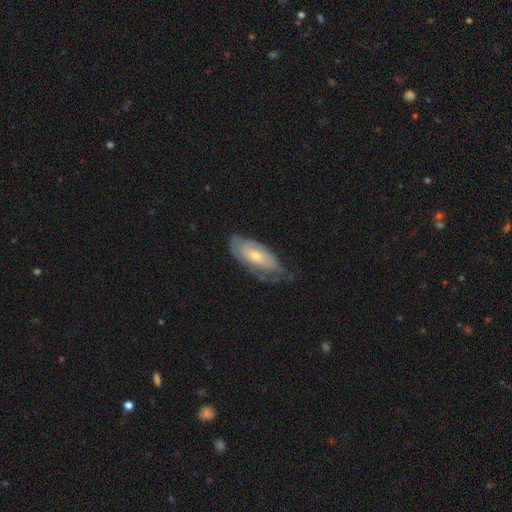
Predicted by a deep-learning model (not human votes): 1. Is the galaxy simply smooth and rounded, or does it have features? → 57% featured or disk, 37% smooth, 6% star or artifact.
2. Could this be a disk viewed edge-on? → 85% no, 15% yes.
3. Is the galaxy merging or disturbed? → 54% none, 32% minor disturbance, 13% major disturbance, 1% merger.